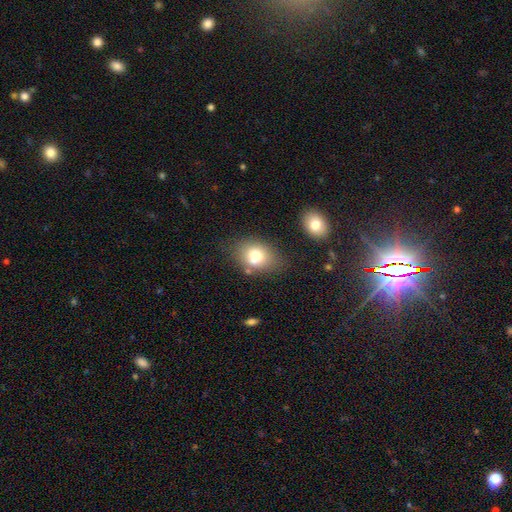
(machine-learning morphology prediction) Overall: smooth (76%). How rounded: in between (66%; round 32%). Merging: none (63%).